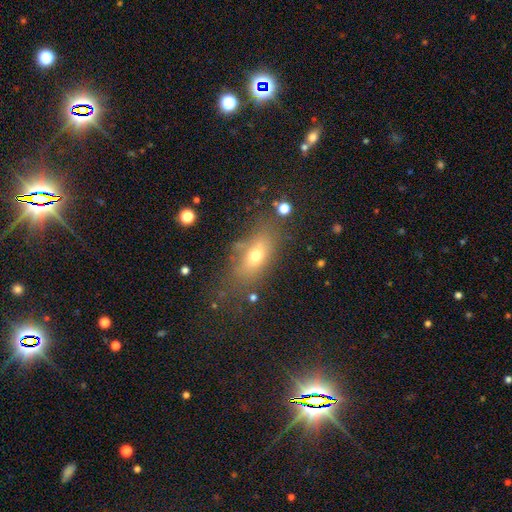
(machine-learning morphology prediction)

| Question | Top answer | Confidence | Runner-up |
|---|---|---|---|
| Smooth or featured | smooth | 64% | featured or disk (21%) |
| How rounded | in between | 76% | cigar-shaped (13%) |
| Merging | none | 66% | minor disturbance (18%) |